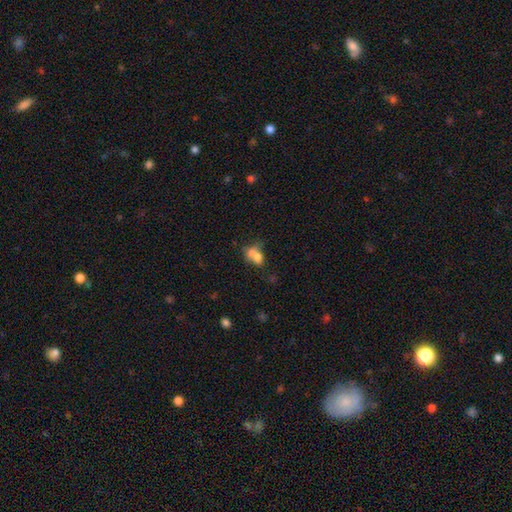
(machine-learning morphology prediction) A smooth galaxy with no disk features (70%) that is in between round and cigar-shaped (60%).

Vote fractions:
- Smooth or featured? smooth: 70% / featured or disk: 18% / star or artifact: 12%
- How rounded? in between: 60% / round: 38% / cigar-shaped: 2%
- Merging? merger: 56% / none: 25% / minor disturbance: 11% / major disturbance: 8%